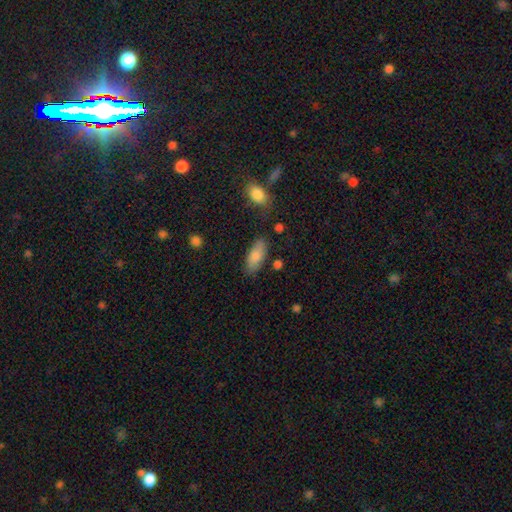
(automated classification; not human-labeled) This is clearly a smooth galaxy (82%). How rounded: clearly in between (85%). Merging: likely none (78%).